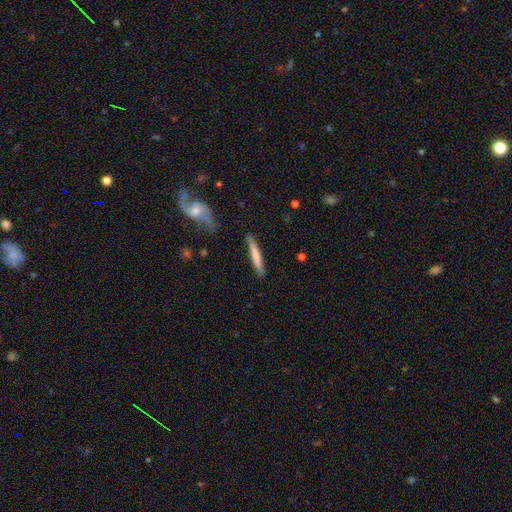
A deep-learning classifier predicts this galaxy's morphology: This appears to be a smooth galaxy with no disk features (70%) that is cigar-shaped (95%). Merging: none (85%).